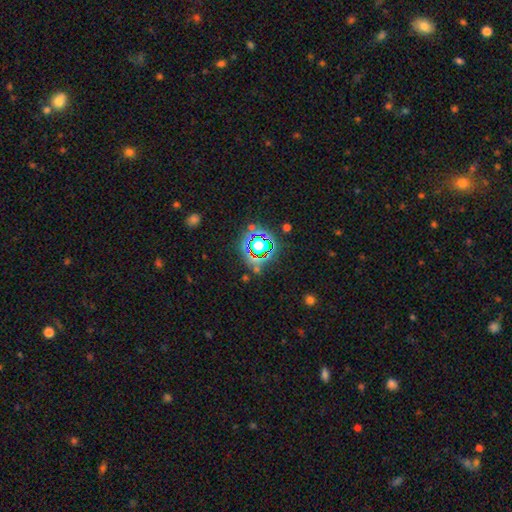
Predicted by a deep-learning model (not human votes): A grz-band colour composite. It shows a star or artifact, not a galaxy (65%).